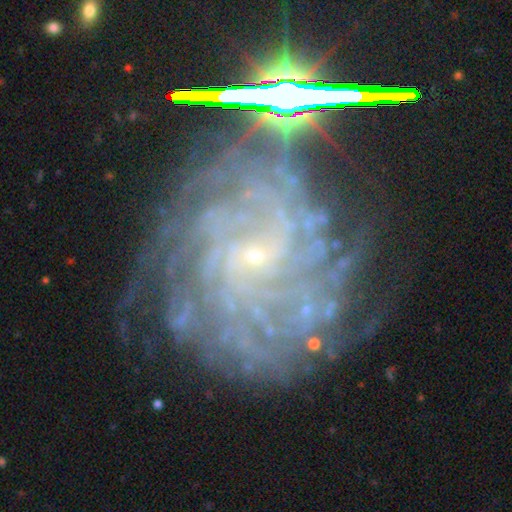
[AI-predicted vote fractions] Smooth or featured?
  - featured or disk: 79% *
  - star or artifact: 14%
  - smooth: 7%
Edge-on disk?
  - no: 96% *
  - yes: 4%
Bar?
  - no: 59% *
  - weak: 30%
  - strong: 11%
Spiral arms?
  - yes: 94% *
  - no: 6%
Spiral winding?
  - tight: 71% *
  - medium: 22%
  - loose: 7%
Spiral arm count?
  - can't tell: 33% *
  - more than 4: 26%
  - 4: 14%
  - 3: 10%
  - 2: 9%
  - 1: 8%
Bulge size?
  - small: 87% *
  - moderate: 7%
  - none: 4%
  - large: 1%
  - dominant: 1%
Merging?
  - none: 70% *
  - minor disturbance: 16%
  - major disturbance: 10%
  - merger: 4%